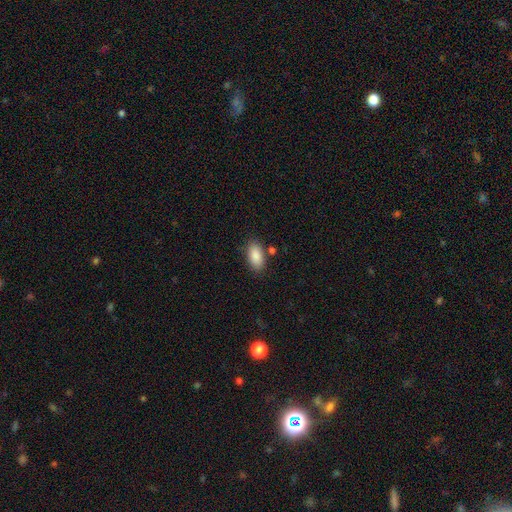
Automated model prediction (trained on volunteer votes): Q: Smooth or featured?
A: smooth (89%); runner-up: star or artifact (7%)
Q: How rounded?
A: in between (93%); runner-up: round (3%)
Q: Merging?
A: none (80%); runner-up: minor disturbance (11%)